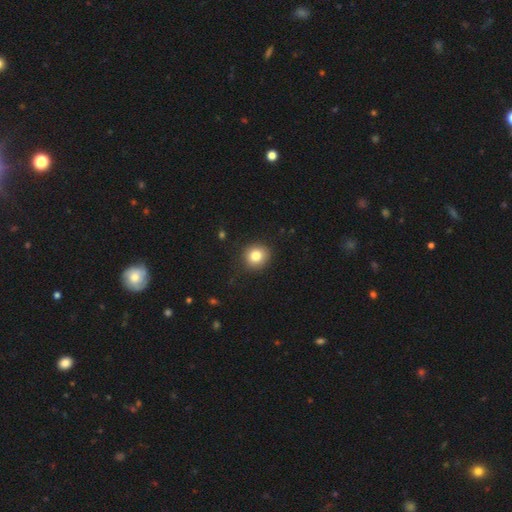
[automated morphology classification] Smooth or featured? smooth (83%)
How rounded? round (88%)
Merging? none (89%)